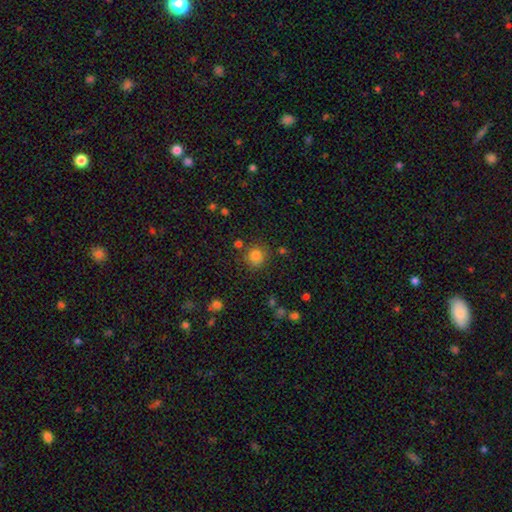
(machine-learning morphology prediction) This appears to be a smooth galaxy with no disk features (82%) that is round (90%). Merging: none (82%).